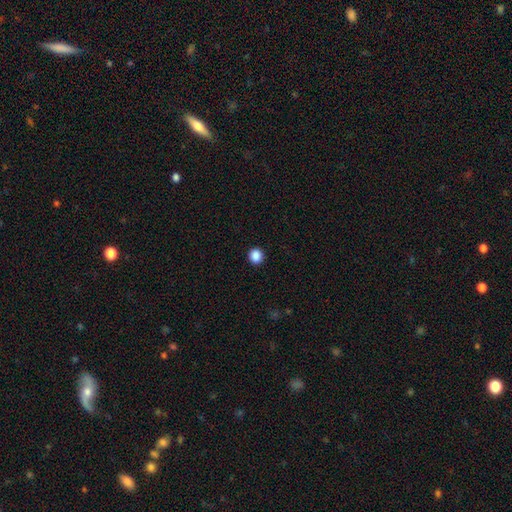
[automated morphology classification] A smooth galaxy with no disk features (88%) that is round (91%). Merging: none (93%).